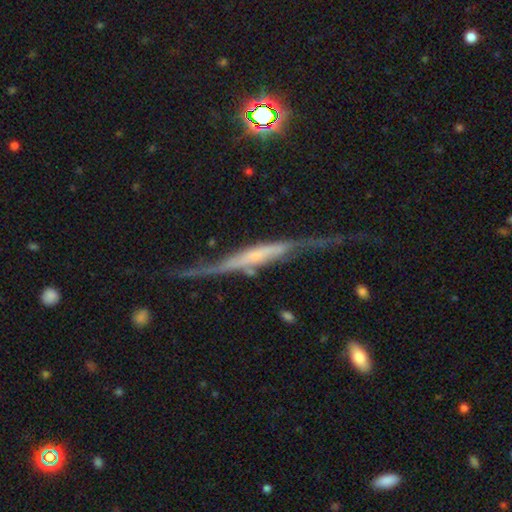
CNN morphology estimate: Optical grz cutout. It shows a featured or disk galaxy (81%) viewed edge-on (83%) with a rounded central bulge (37%). Merging: none (49%).